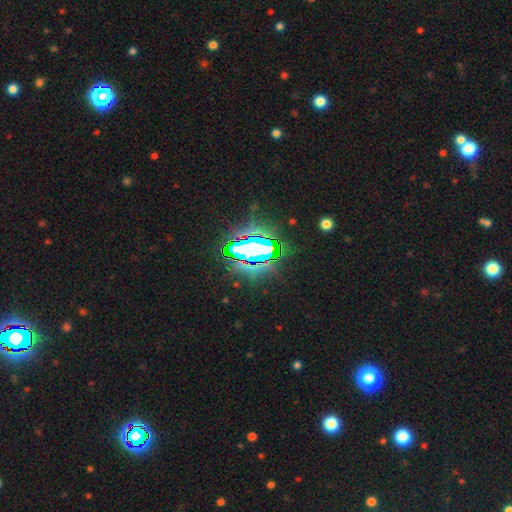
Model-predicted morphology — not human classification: This appears to be a star or artifact, not a galaxy (72%).